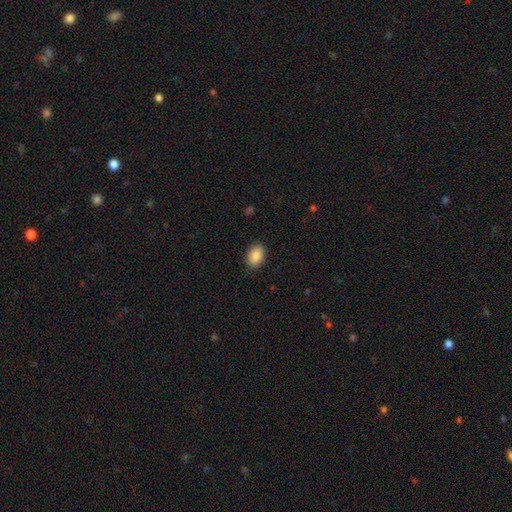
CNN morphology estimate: Smooth or featured: smooth — 88% (star or artifact — 7%)
How rounded: in between — 85% (round — 14%)
Merging: none — 87% (minor disturbance — 9%)